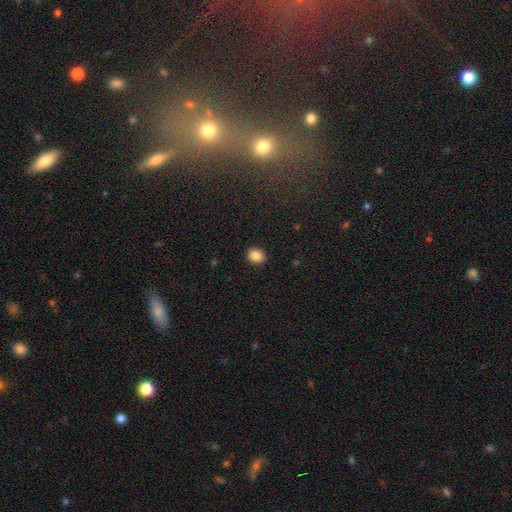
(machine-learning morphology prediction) A smooth galaxy with no disk features (87%) that is round (59%). Merging: none (91%).